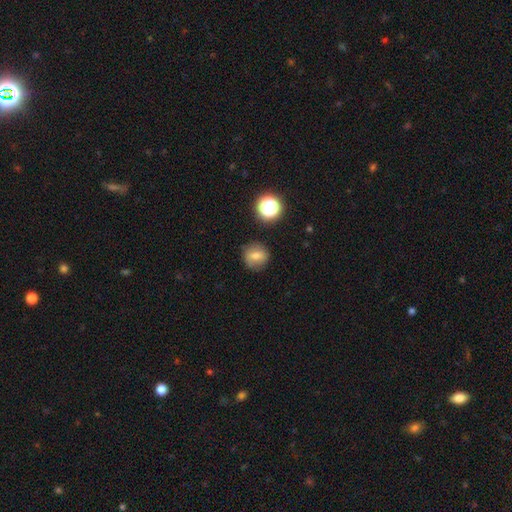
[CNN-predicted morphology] Smooth or featured?
  - smooth: 65% *
  - featured or disk: 21%
  - star or artifact: 14%
How rounded?
  - round: 88% *
  - in between: 11%
  - cigar-shaped: 1%
Merging?
  - none: 85% *
  - minor disturbance: 10%
  - major disturbance: 3%
  - merger: 2%